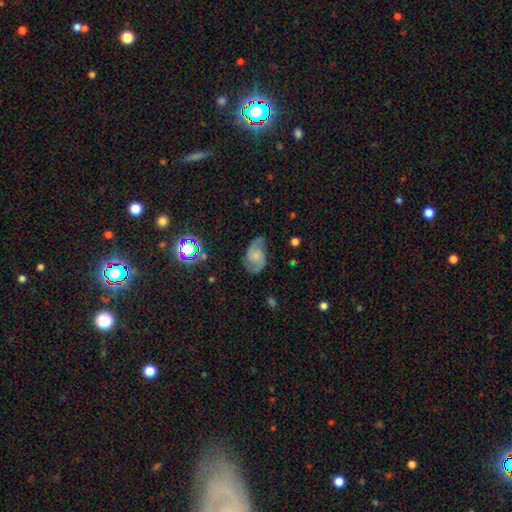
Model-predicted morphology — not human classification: A featured or disk galaxy (79%) with no bar (61%), 2 (91%) medium (53%) spiral arms (96%) and a small central bulge (39%).

Vote fractions:
- Smooth or featured? featured or disk: 79% / smooth: 13% / star or artifact: 8%
- Edge-on disk? no: 97% / yes: 3%
- Bar? no: 61% / weak: 33% / strong: 6%
- Spiral arms? yes: 96% / no: 4%
- Spiral winding? medium: 53% / loose: 27% / tight: 20%
- Spiral arm count? 2: 91% / can't tell: 4% / 1: 2% / 3: 2% / 4: 1% / more than 4: 1%
- Bulge size? small: 39% / none: 32% / moderate: 22% / large: 5% / dominant: 2%
- Merging? none: 72% / minor disturbance: 19% / major disturbance: 8% / merger: 2%